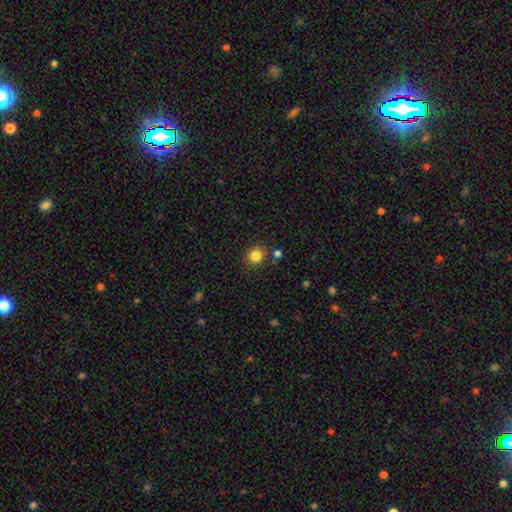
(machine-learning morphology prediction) A smooth galaxy with no disk features (83%) that is round (86%).

Vote fractions:
- Smooth or featured? smooth: 83% / star or artifact: 12% / featured or disk: 5%
- How rounded? round: 86% / in between: 13% / cigar-shaped: 1%
- Merging? none: 85% / minor disturbance: 8% / merger: 5% / major disturbance: 3%